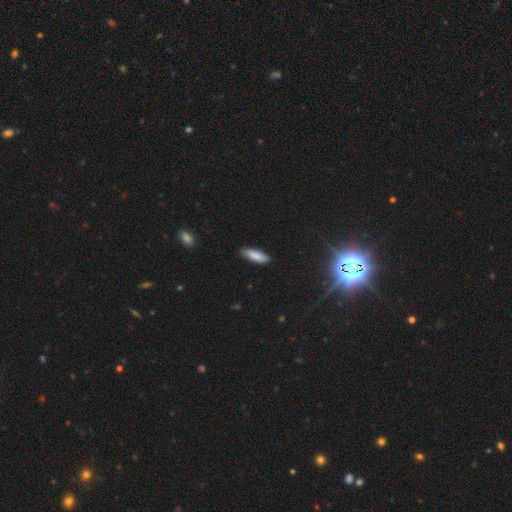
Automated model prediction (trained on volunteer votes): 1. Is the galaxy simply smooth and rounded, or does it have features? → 86% smooth, 8% featured or disk, 6% star or artifact.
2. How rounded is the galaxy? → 50% in between, 48% cigar-shaped, 2% round.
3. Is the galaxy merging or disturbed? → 85% none, 12% minor disturbance, 2% major disturbance, 1% merger.